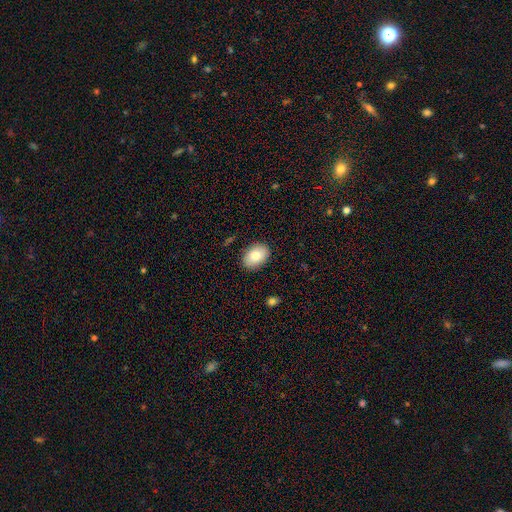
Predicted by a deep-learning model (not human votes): smooth 83%, featured or disk 10%, star or artifact 7%. Down the decision tree: how rounded — in between (83%); merging — none (88%).